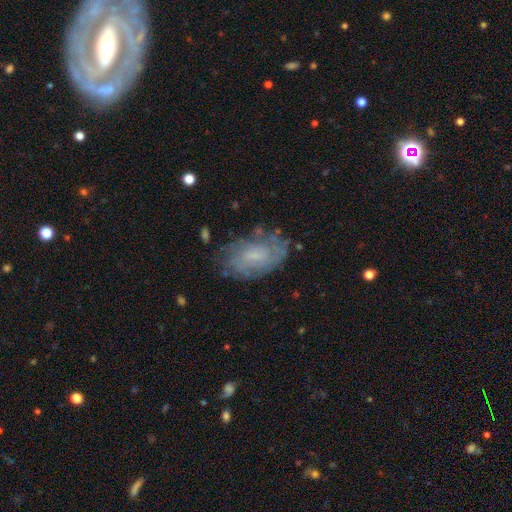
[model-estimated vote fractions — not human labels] Smooth or featured: featured or disk — 52% (smooth — 38%)
Edge-on disk: no — 95% (yes — 5%)
Merging: none — 68% (minor disturbance — 22%)